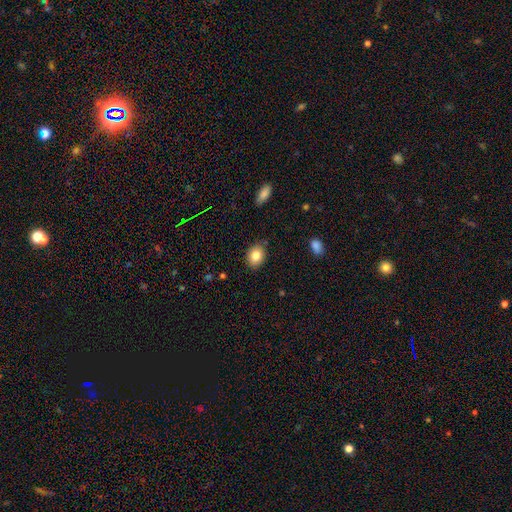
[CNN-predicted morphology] The model was most divided on "how rounded": in between: 63%, round: 36%, cigar-shaped: 1%. More confident: merging — none (85%); smooth or featured — smooth (82%).